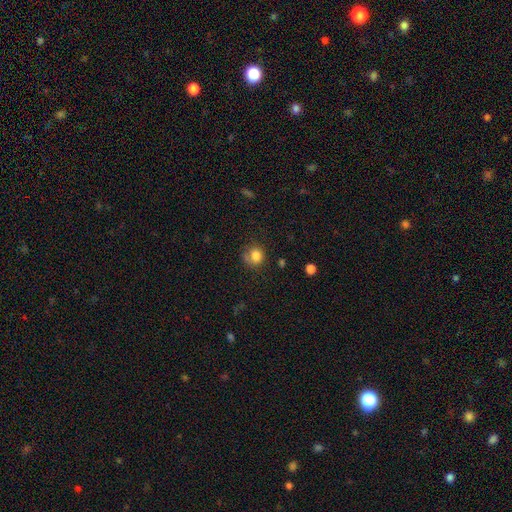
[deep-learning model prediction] smooth_or_featured: smooth (p=0.81) [alt: star or artifact p=0.10]
how_rounded: round (p=0.79) [alt: in between p=0.20]
merging: none (p=0.60) [alt: minor disturbance p=0.24]